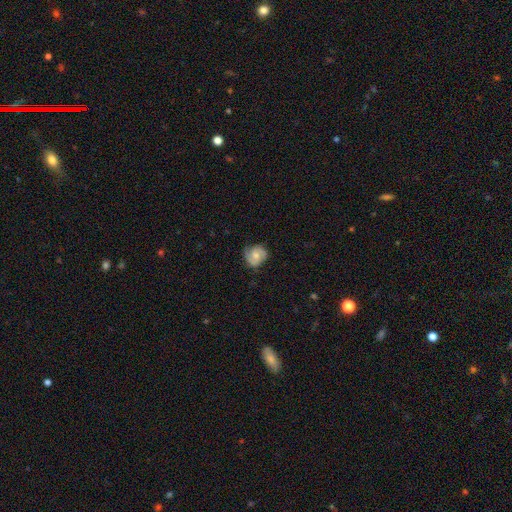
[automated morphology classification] Smooth or featured? Predicted: featured or disk (p=0.68). Edge-on disk? Predicted: no (p=0.98). Bar? Predicted: no (p=0.64). Spiral arms? Predicted: yes (p=0.92). Spiral winding? Predicted: tight (p=0.49). Spiral arm count? Predicted: 2 (p=0.71). Bulge size? Predicted: moderate (p=0.57). Merging? Predicted: none (p=0.68).